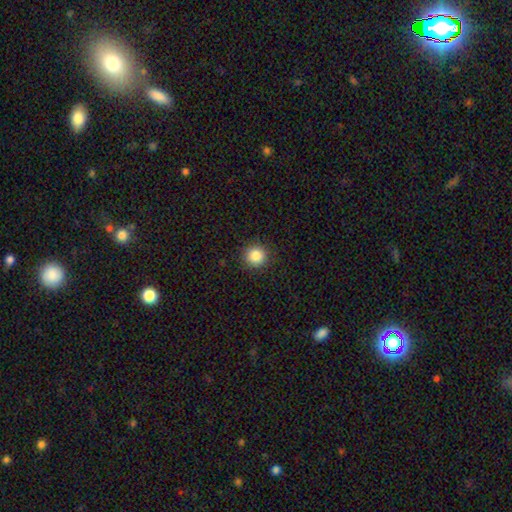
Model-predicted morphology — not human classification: Smooth or featured? smooth (85%)
How rounded? round (94%)
Merging? none (91%)